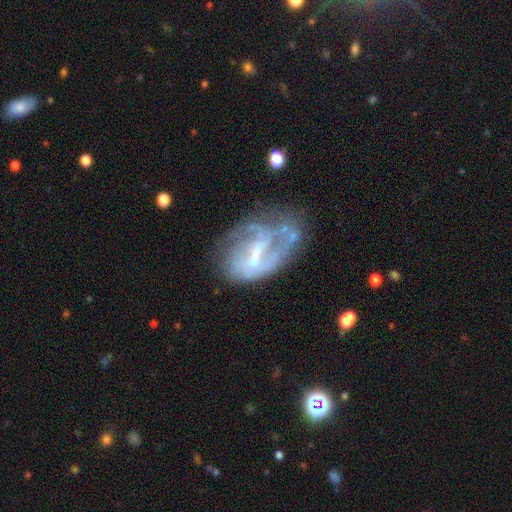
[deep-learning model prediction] A featured or disk galaxy (70%) with a weak bar (40%), spiral arms (53%) and no central bulge (44%).

Vote fractions:
- Smooth or featured? featured or disk: 70% / smooth: 21% / star or artifact: 9%
- Edge-on disk? no: 96% / yes: 4%
- Bar? weak: 40% / strong: 34% / no: 25%
- Spiral arms? yes: 53% / no: 47%
- Bulge size? none: 44% / small: 26% / moderate: 23% / large: 5% / dominant: 1%
- Merging? none: 38% / major disturbance: 31% / minor disturbance: 25% / merger: 7%